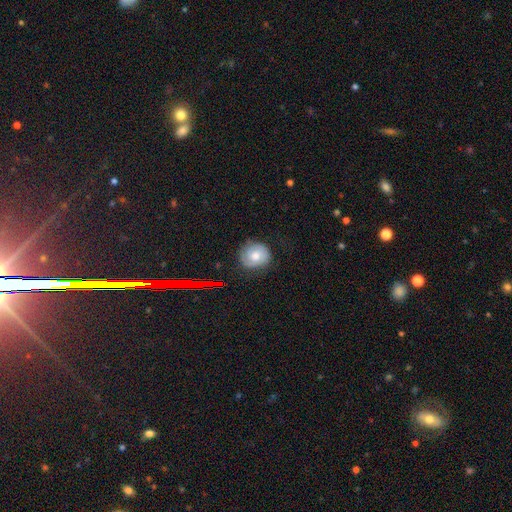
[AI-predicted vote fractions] Smooth or featured? smooth (49%)
Merging? none (75%)